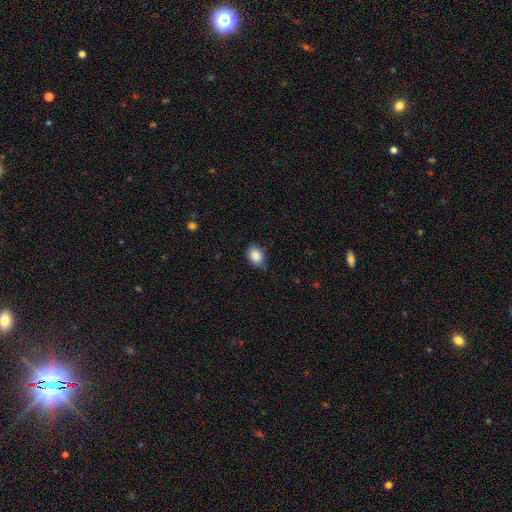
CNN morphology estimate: A smooth galaxy with no disk features (88%) that is in between round and cigar-shaped (76%). Merging: none (73%).